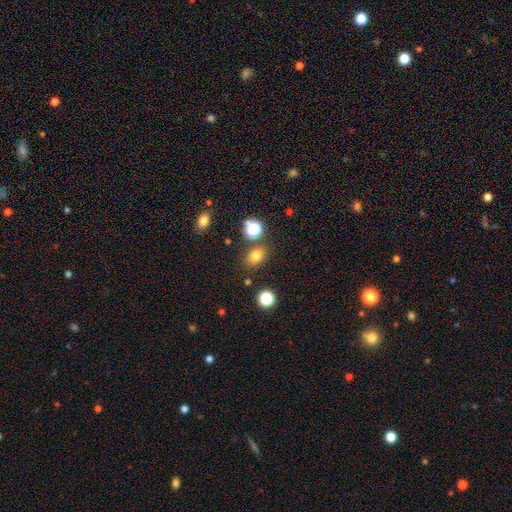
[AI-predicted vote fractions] This is likely a smooth galaxy (76%). How rounded: likely in between (60%). Merging: likely none (79%).